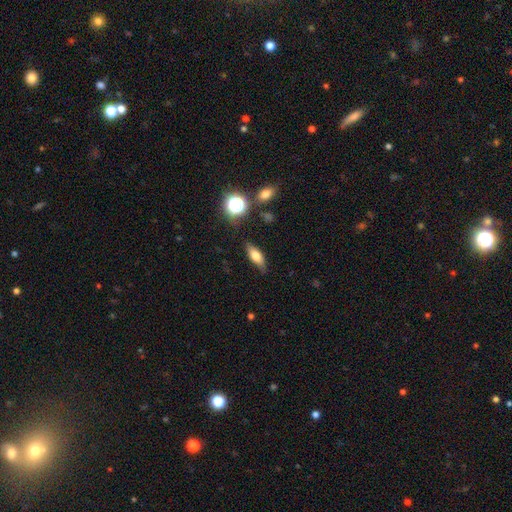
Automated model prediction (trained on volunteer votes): Morphology: type=smooth (64%); roundness=in between (66%); merging=none (80%).